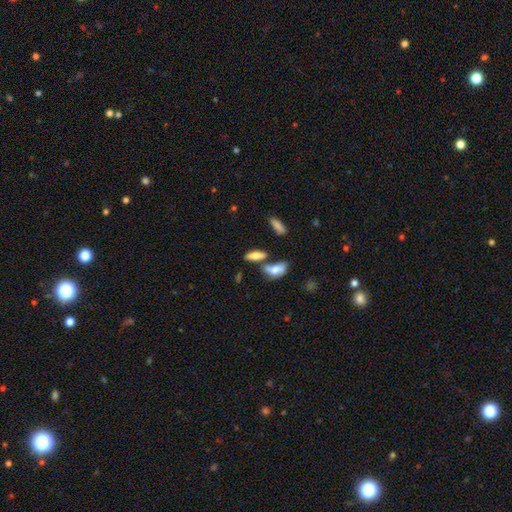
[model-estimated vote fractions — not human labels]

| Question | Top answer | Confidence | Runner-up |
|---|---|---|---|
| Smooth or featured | smooth | 72% | featured or disk (19%) |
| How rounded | in between | 64% | cigar-shaped (33%) |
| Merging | none | 51% | merger (30%) |